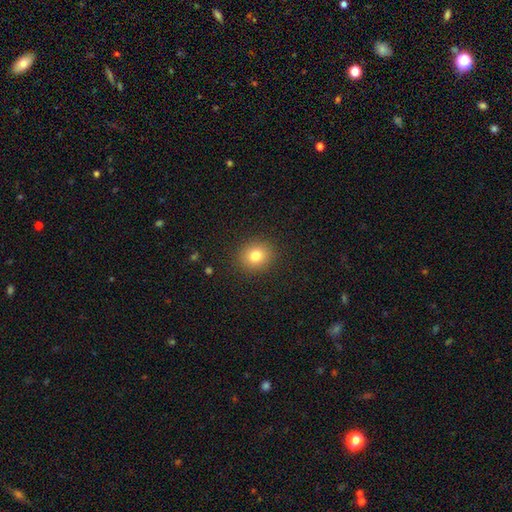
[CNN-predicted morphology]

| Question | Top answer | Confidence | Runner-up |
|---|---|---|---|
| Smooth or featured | smooth | 80% | star or artifact (11%) |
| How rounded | round | 78% | in between (21%) |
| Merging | none | 90% | minor disturbance (7%) |